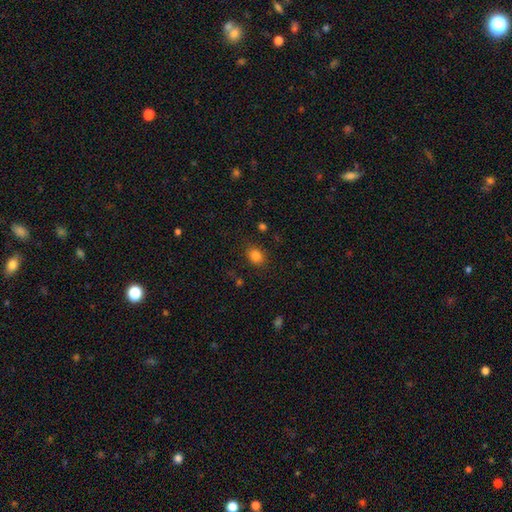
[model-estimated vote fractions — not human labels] Smooth or featured: smooth — 83% (star or artifact — 12%)
How rounded: in between — 57% (round — 42%)
Merging: none — 84% (minor disturbance — 11%)